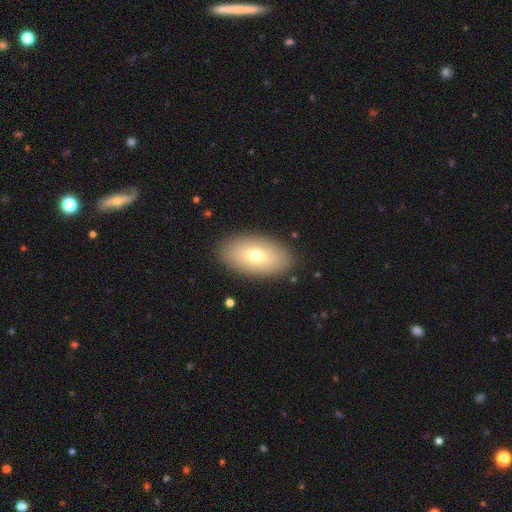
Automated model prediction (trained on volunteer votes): smooth 69%, featured or disk 23%, star or artifact 8%. Down the decision tree: how rounded — in between (93%); merging — none (89%).